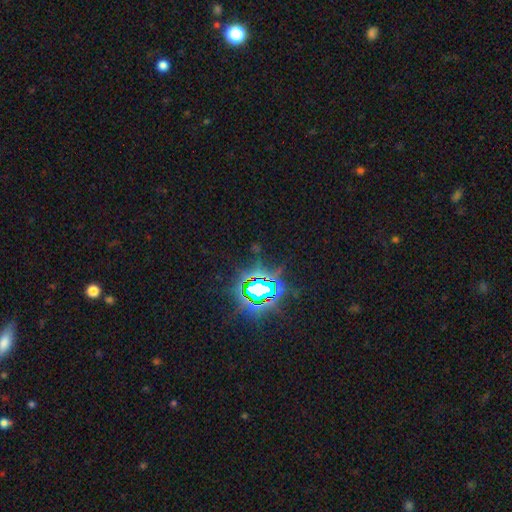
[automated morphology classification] Overall: star or artifact (84%).